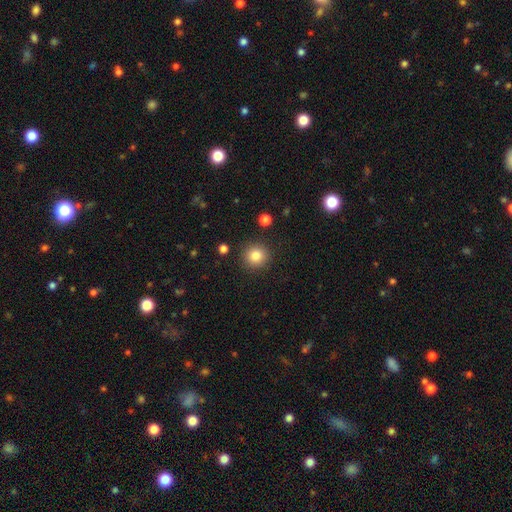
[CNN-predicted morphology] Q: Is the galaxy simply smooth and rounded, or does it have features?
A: smooth — 84%.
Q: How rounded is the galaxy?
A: round — 92%.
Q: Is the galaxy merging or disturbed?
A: none — 90%.